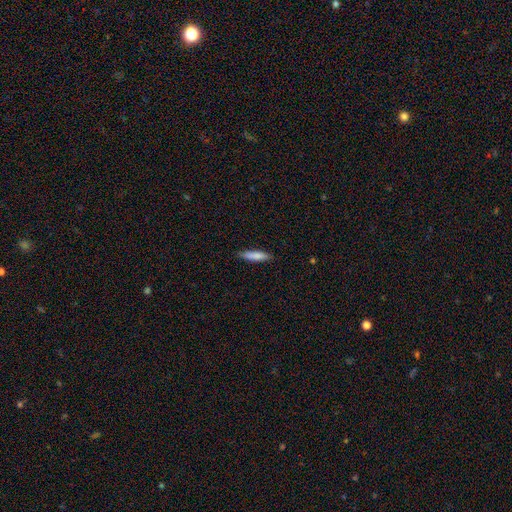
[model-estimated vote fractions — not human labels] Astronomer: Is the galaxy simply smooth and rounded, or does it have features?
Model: smooth — 81%.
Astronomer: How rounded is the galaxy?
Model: cigar-shaped — 80%.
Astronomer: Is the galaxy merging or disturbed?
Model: none — 85%.